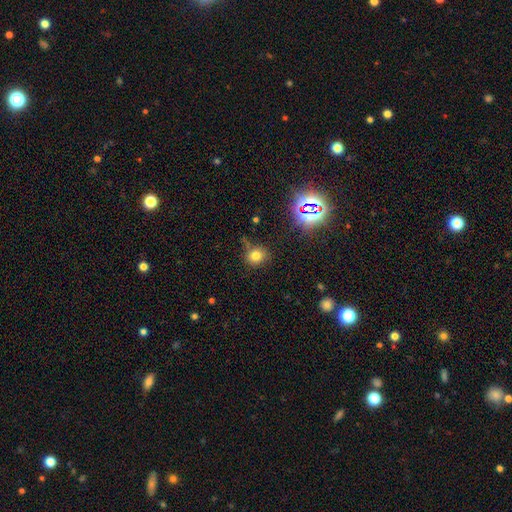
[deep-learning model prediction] Overall: smooth (73%). How rounded: round (81%). Merging: none (74%).